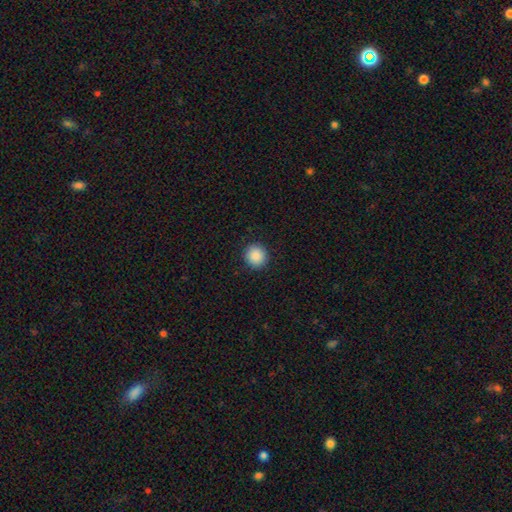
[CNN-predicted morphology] Smooth or featured? smooth (89%)
How rounded? round (91%)
Merging? none (92%)